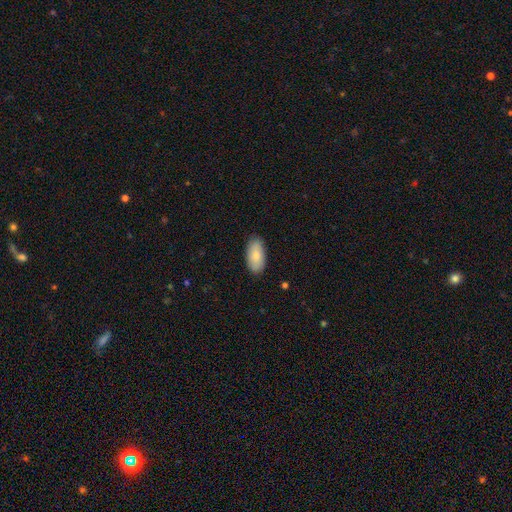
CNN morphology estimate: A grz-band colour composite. It shows a smooth galaxy with no disk features (84%) that is in between round and cigar-shaped (94%). Merging: none (87%).